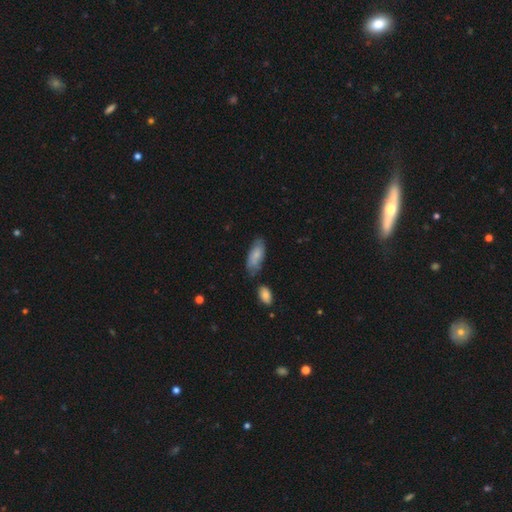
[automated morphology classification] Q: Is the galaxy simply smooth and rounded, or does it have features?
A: smooth — 75%.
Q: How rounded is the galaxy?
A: in between — 84%.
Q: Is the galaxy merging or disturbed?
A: none — 65%.